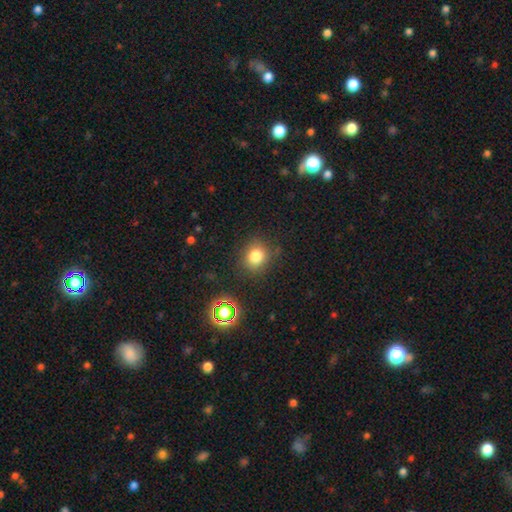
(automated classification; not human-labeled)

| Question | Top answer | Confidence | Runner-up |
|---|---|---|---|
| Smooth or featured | smooth | 79% | star or artifact (15%) |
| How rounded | round | 78% | in between (21%) |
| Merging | none | 84% | minor disturbance (10%) |